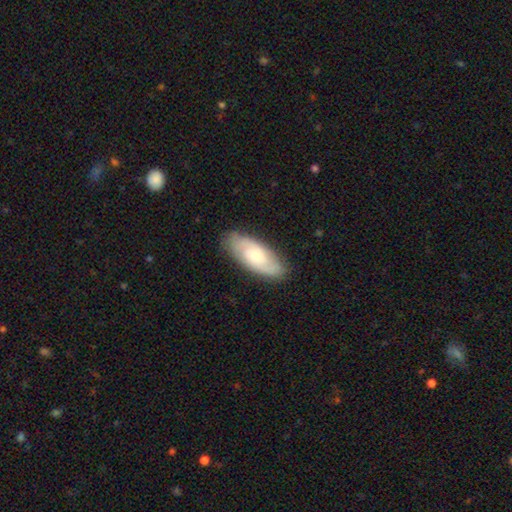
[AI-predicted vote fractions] smooth-or-featured: smooth: 47% (tied) | featured or disk: 47% (tied) | star or artifact: 6%
  merging: none: 83% | minor disturbance: 13% | major disturbance: 3% | merger: 1%